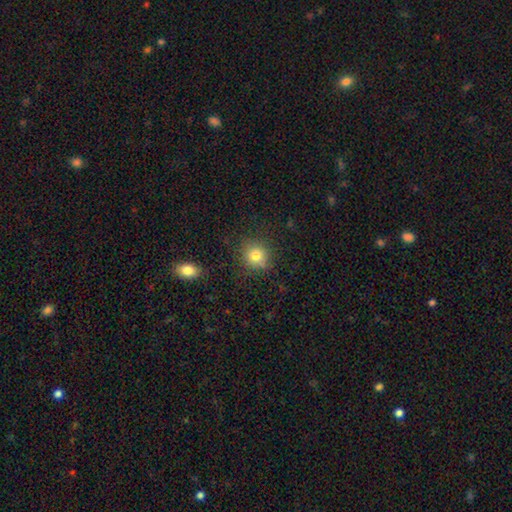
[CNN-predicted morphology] This is likely a smooth galaxy (80%). How rounded: clearly round (89%). Merging: clearly none (85%).